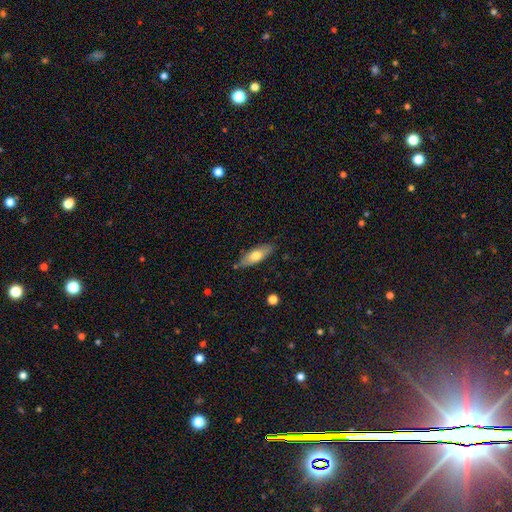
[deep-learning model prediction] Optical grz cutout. It shows a smooth galaxy with no disk features (66%) that is in between round and cigar-shaped (62%). Merging: none (80%).